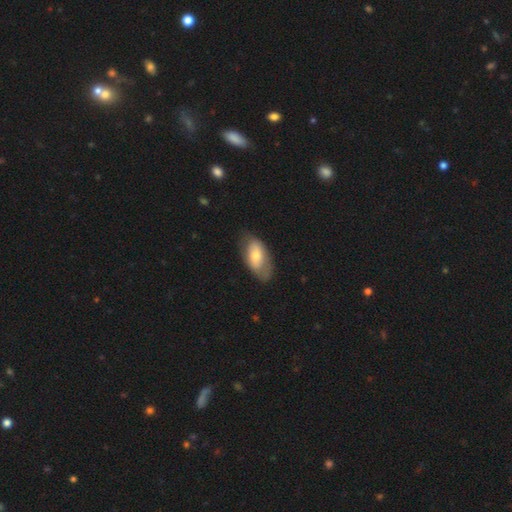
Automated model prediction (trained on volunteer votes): This appears to be a smooth galaxy with no disk features (64%) that is in between round and cigar-shaped (92%). Merging: none (67%).